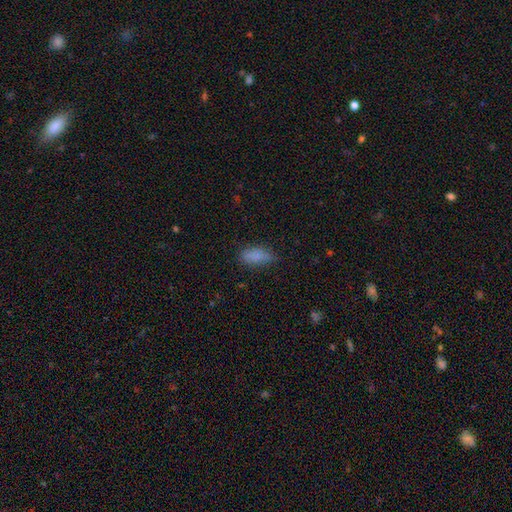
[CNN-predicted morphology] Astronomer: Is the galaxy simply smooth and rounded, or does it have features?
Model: smooth — 84%.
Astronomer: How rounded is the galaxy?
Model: in between — 83%.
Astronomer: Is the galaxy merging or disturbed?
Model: none — 73%.